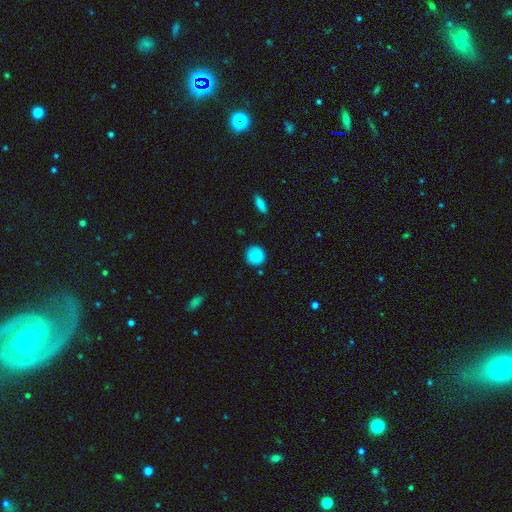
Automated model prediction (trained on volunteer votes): smooth_or_featured: smooth (p=0.88) [alt: star or artifact p=0.08]
how_rounded: round (p=0.93) [alt: in between p=0.06]
merging: none (p=0.89) [alt: minor disturbance p=0.07]